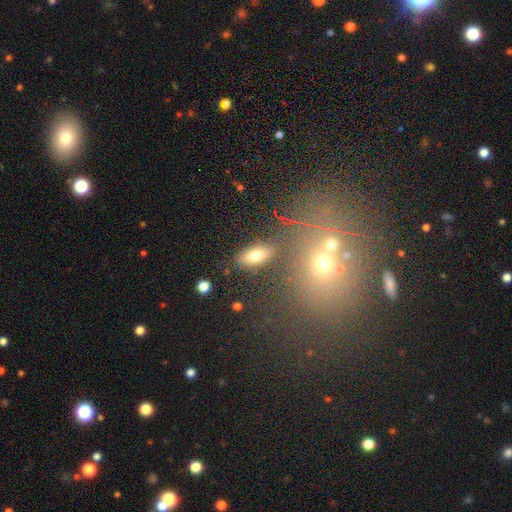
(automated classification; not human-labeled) Overall: smooth (72%). How rounded: in between (82%). Merging: none (82%).